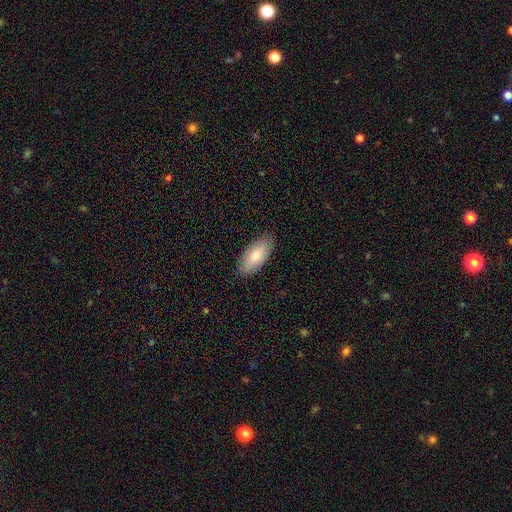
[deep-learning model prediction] Q: Smooth or featured?
A: smooth (79%); runner-up: featured or disk (15%)
Q: How rounded?
A: in between (89%); runner-up: cigar-shaped (9%)
Q: Merging?
A: none (86%); runner-up: minor disturbance (10%)